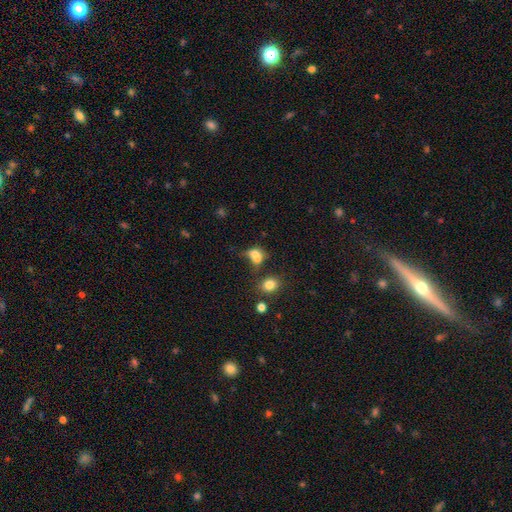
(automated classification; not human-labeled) Smooth or featured? smooth (74%)
How rounded? in between (60%)
Merging? merger (44%)